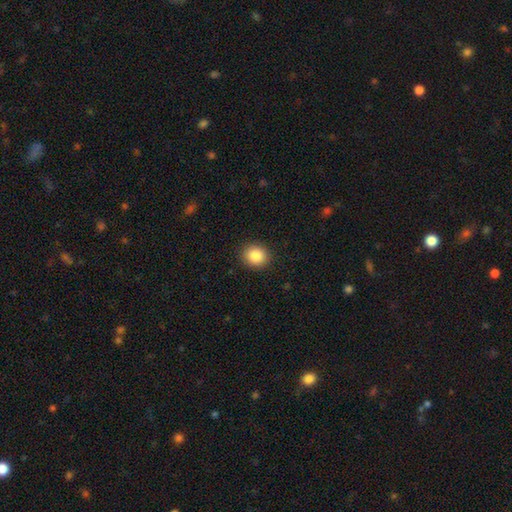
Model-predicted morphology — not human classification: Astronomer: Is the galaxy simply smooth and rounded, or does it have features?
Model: smooth — 86%.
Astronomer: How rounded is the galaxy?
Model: round — 81%.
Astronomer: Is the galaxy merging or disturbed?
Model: none — 90%.